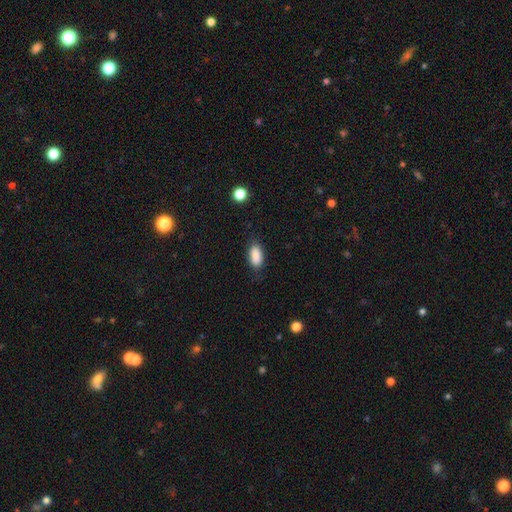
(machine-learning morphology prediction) Q: Smooth or featured?
A: smooth (88%); runner-up: star or artifact (8%)
Q: How rounded?
A: in between (90%); runner-up: cigar-shaped (6%)
Q: Merging?
A: none (78%); runner-up: minor disturbance (17%)